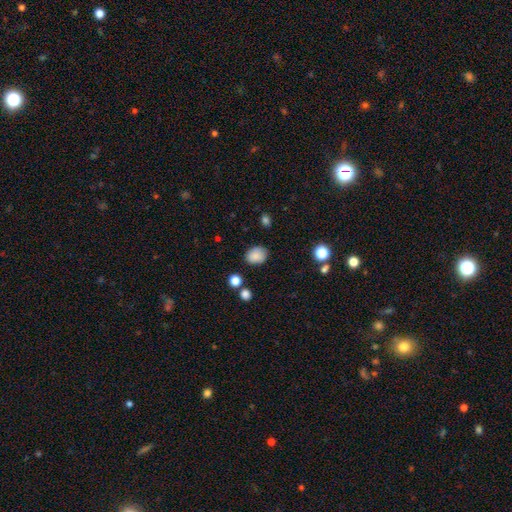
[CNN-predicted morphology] type=smooth (84%); roundness=in between (56%); merging=none (79%).